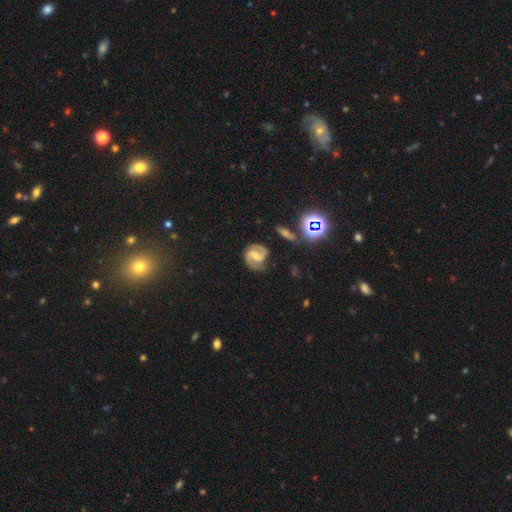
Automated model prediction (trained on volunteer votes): Smooth or featured: featured or disk — 82% (smooth — 10%)
Edge-on disk: no — 98% (yes — 2%)
Bar: weak — 48% (strong — 31%)
Spiral arms: yes — 97% (no — 3%)
Spiral winding: medium — 54% (tight — 27%)
Spiral arm count: 2 — 91% (can't tell — 3%)
Bulge size: small — 46% (moderate — 32%)
Merging: none — 77% (minor disturbance — 15%)